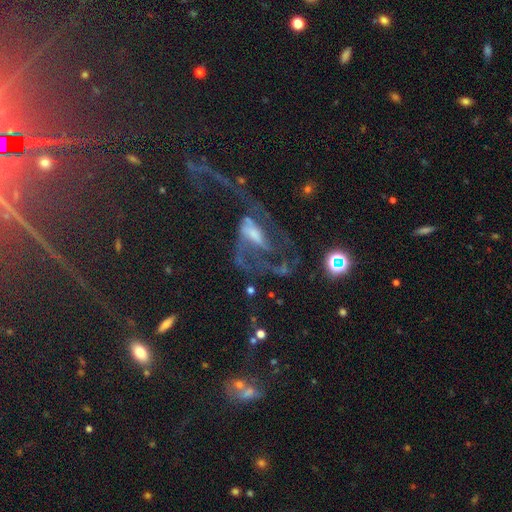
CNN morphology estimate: This appears to be a featured or disk galaxy (58%) with no bar (45%), spiral arms (82%) and a moderate central bulge (45%). Merging: none (49%).